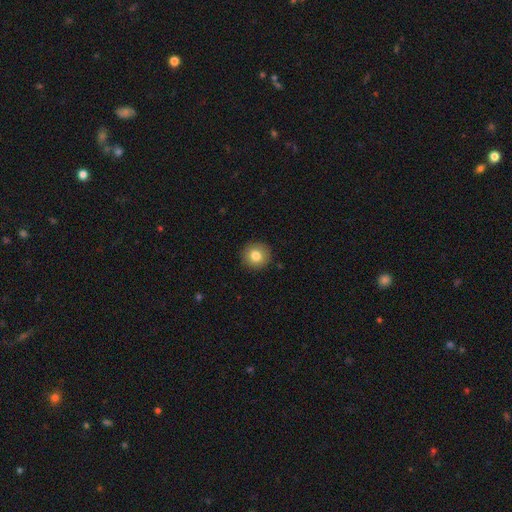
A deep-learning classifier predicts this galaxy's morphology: Smooth or featured?
  - smooth: 81% *
  - featured or disk: 9%
  - star or artifact: 9%
How rounded?
  - round: 93% *
  - in between: 6%
  - cigar-shaped: 1%
Merging?
  - none: 92% *
  - minor disturbance: 6%
  - major disturbance: 2%
  - merger: 1%